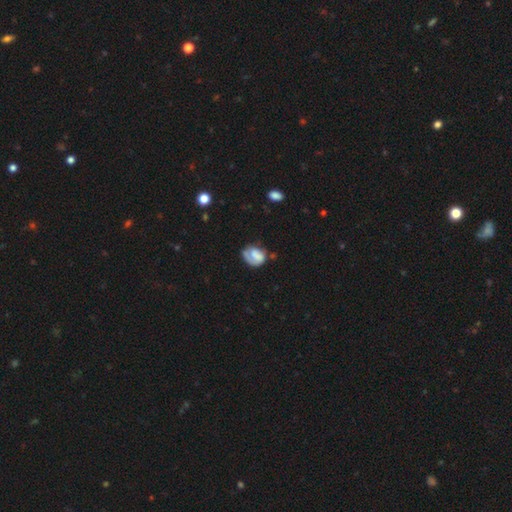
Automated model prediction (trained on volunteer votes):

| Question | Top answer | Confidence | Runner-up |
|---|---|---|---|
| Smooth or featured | smooth | 54% | featured or disk (38%) |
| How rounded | in between | 58% | round (41%) |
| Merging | none | 46% | minor disturbance (29%) |